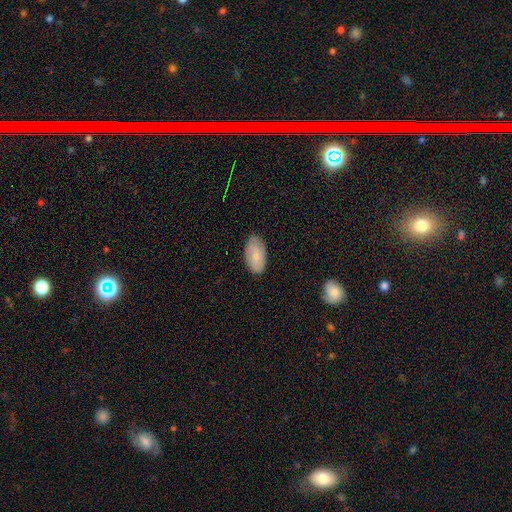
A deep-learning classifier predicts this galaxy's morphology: smooth 76%, featured or disk 17%, star or artifact 7%. Down the decision tree: how rounded — in between (95%); merging — none (82%).